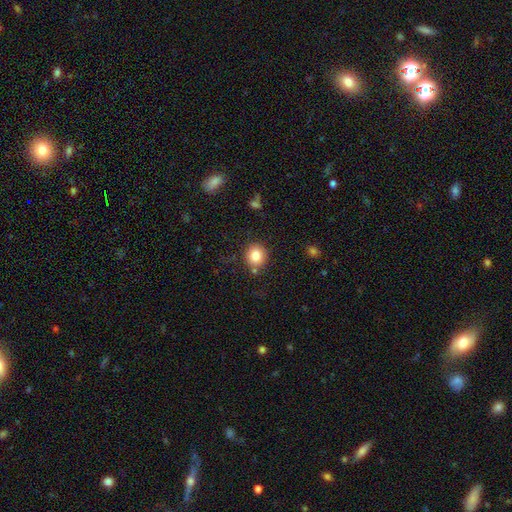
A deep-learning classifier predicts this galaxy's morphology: Smooth or featured: smooth — 82% (star or artifact — 10%)
How rounded: round — 85% (in between — 14%)
Merging: none — 83% (minor disturbance — 9%)